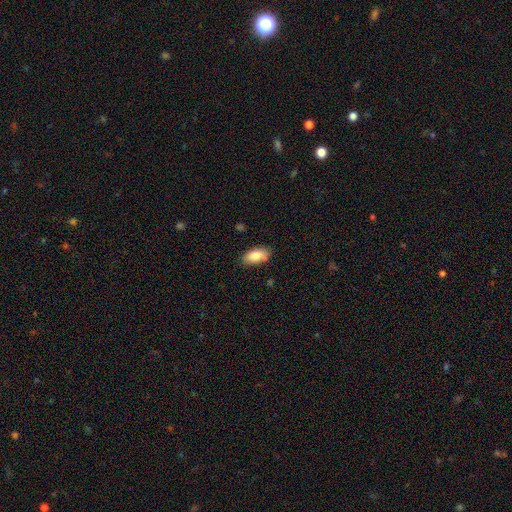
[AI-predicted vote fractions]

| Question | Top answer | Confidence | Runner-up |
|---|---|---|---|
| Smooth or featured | smooth | 84% | featured or disk (9%) |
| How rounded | in between | 93% | cigar-shaped (5%) |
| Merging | none | 83% | minor disturbance (13%) |